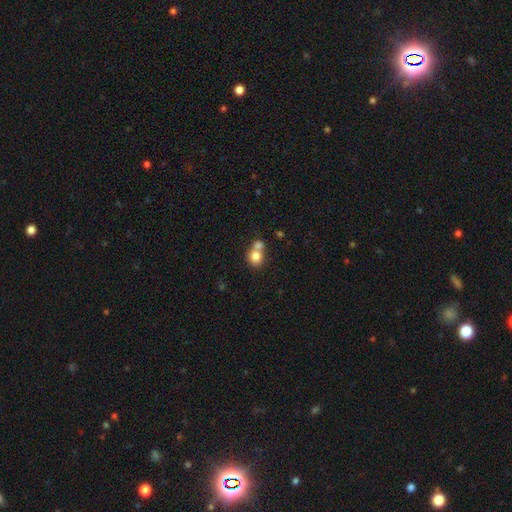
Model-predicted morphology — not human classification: Smooth or featured? smooth (80%)
How rounded? round (78%)
Merging? merger (52%)